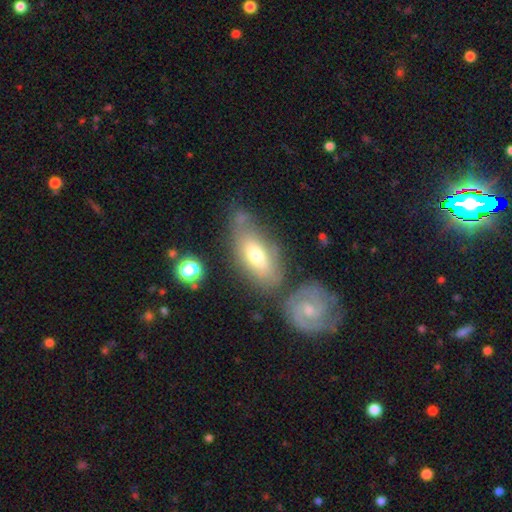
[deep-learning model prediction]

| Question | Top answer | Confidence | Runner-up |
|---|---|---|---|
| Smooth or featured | smooth | 52% | featured or disk (41%) |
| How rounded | in between | 80% | cigar-shaped (15%) |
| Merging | none | 49% | minor disturbance (22%) |